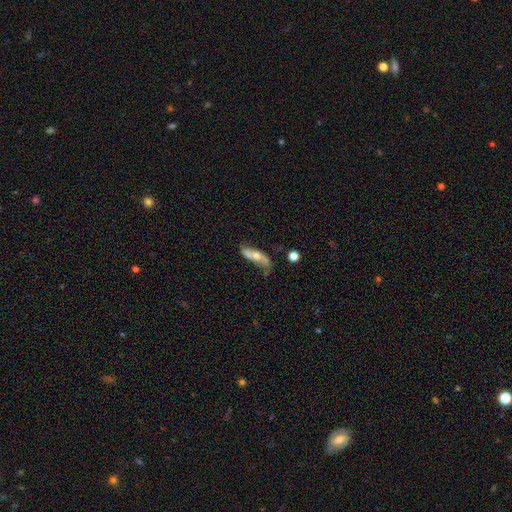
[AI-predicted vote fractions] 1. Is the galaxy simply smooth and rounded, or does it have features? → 53% featured or disk, 40% smooth, 7% star or artifact.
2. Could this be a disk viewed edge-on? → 63% no, 37% yes.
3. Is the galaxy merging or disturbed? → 49% none, 25% minor disturbance, 14% merger, 11% major disturbance.